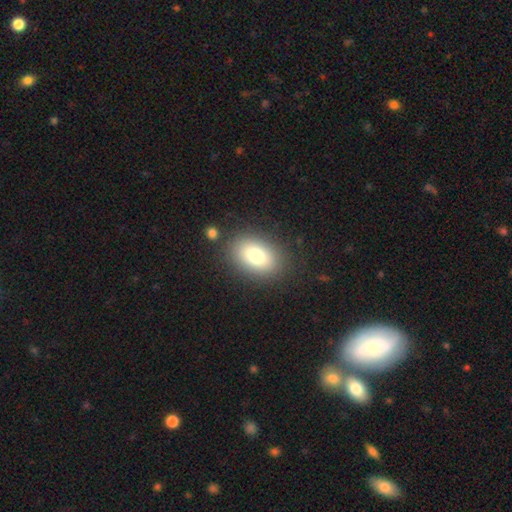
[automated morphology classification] Smooth or featured: smooth — 78% (featured or disk — 13%)
How rounded: in between — 78% (round — 21%)
Merging: none — 83% (minor disturbance — 10%)